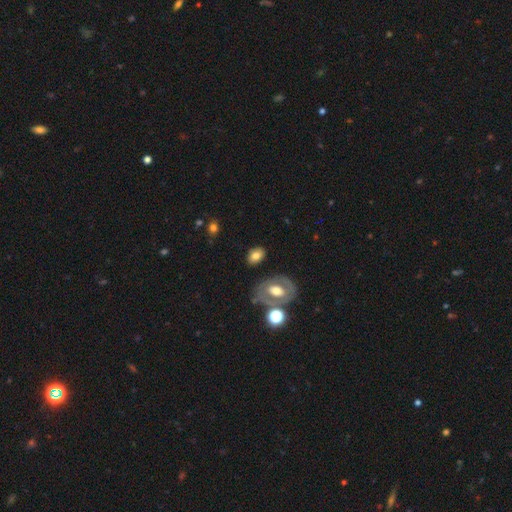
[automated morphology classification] A smooth galaxy with no disk features (70%) that is in between round and cigar-shaped (79%).

Vote fractions:
- Smooth or featured? smooth: 70% / featured or disk: 21% / star or artifact: 9%
- How rounded? in between: 79% / round: 19% / cigar-shaped: 2%
- Merging? none: 78% / minor disturbance: 13% / major disturbance: 4% / merger: 4%